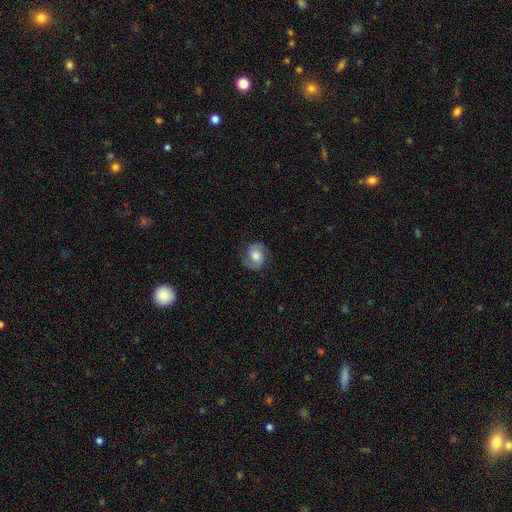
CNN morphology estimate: type=featured or disk (65%); edge-on=no (98%); bar=no (65%); spiral arms=yes (93%); winding=medium (46%); arm count=2 (90%); bulge=moderate (60%); merging=none (80%).